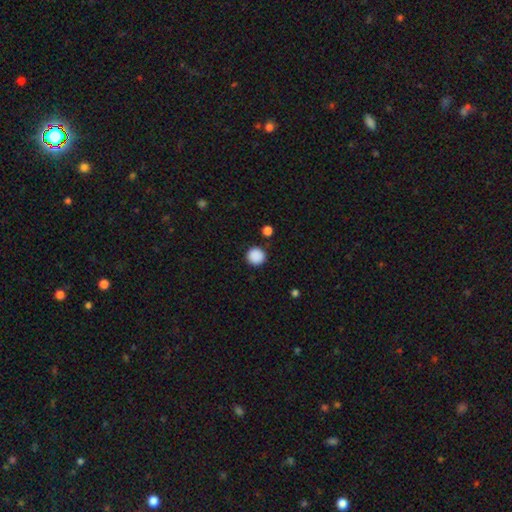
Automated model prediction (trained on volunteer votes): This appears to be a smooth galaxy with no disk features (88%) that is round (94%). Merging: none (89%).